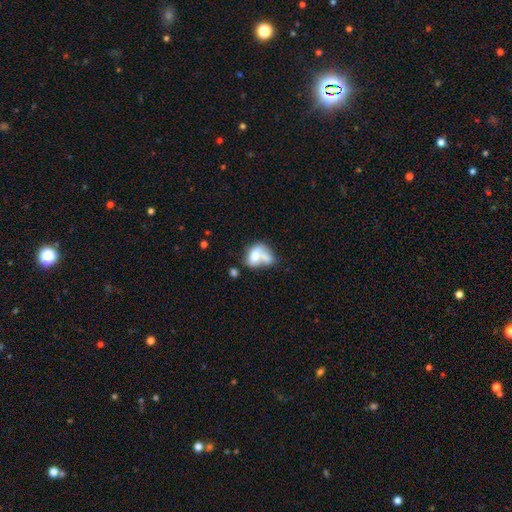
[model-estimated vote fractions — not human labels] Morphology: type=smooth (64%); roundness=in between (77%); merging=merger (62%).